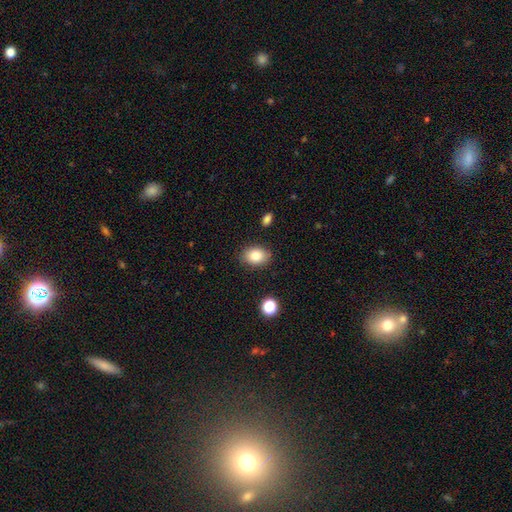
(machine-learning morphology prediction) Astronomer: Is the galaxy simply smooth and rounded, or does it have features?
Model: smooth — 84%.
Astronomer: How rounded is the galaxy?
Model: in between — 75%.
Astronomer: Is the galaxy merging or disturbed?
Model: none — 85%.